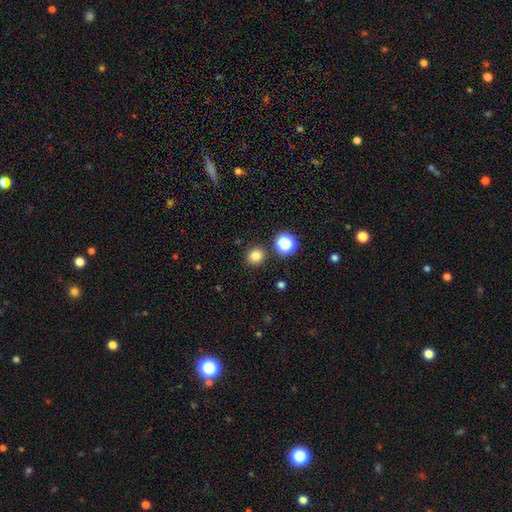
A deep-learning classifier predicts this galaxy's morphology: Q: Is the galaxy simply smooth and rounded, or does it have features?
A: smooth — 81%.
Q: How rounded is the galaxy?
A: round — 92%.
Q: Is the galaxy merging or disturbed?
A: none — 88%.